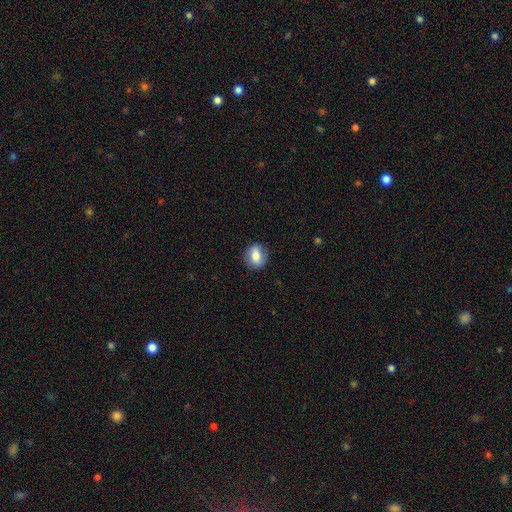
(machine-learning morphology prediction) This is likely a smooth galaxy (68%). How rounded: possibly round (57%). Merging: clearly none (83%).